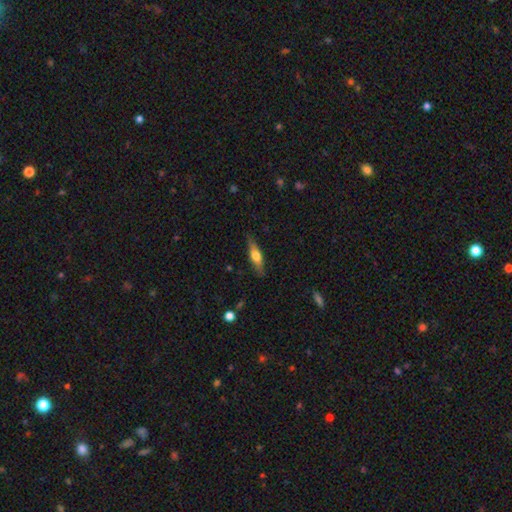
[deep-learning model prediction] smooth 47% (tied), featured or disk 47% (tied), star or artifact 6%. Down the decision tree: merging — none (85%).